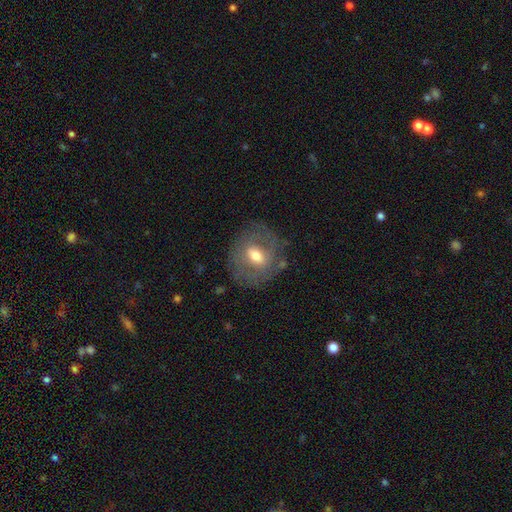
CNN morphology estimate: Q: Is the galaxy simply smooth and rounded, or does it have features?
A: featured or disk — 46%.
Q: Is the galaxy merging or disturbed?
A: none — 73%.